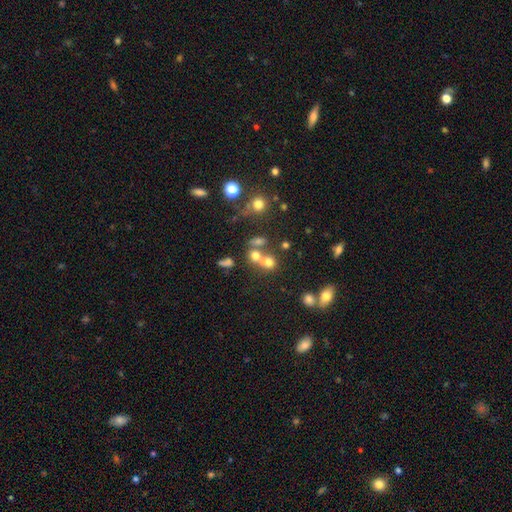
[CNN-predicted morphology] smooth_or_featured: smooth (p=0.58) [alt: star or artifact p=0.23]
how_rounded: round (p=0.73) [alt: in between p=0.26]
merging: merger (p=0.45) [alt: none p=0.40]